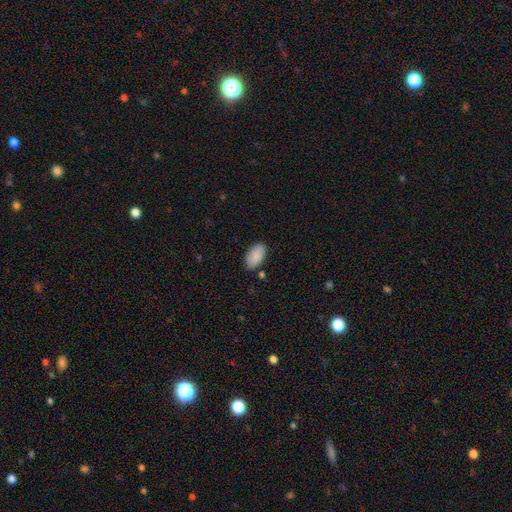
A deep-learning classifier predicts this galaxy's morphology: smooth-or-featured: smooth: 89% | star or artifact: 6% | featured or disk: 5%
  how-rounded: in between: 95% | round: 4% | cigar-shaped: 2%
  merging: none: 83% | minor disturbance: 11% | merger: 3% | major disturbance: 3%